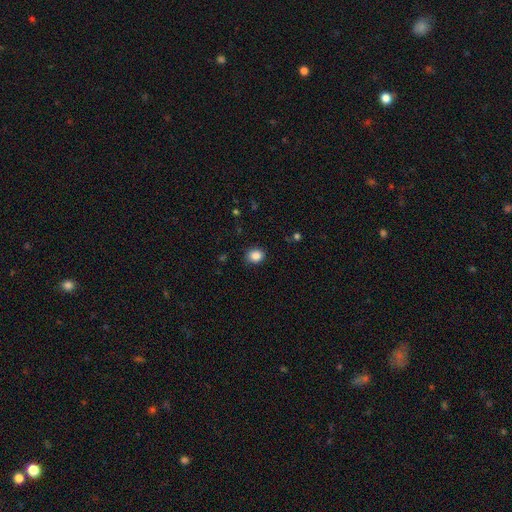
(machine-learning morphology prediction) A smooth galaxy with no disk features (86%) that is round (65%). Merging: none (87%).